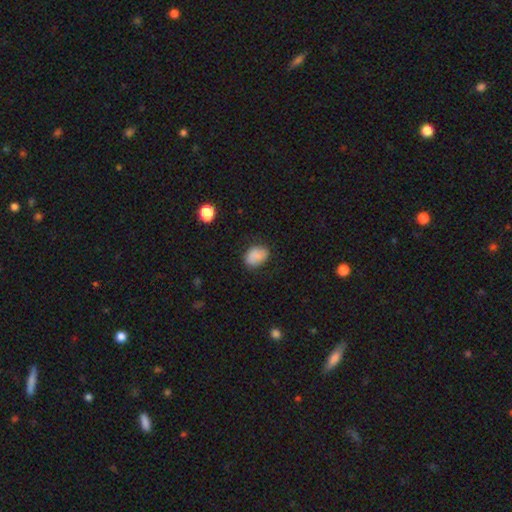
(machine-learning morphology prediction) Overall: smooth (83%). How rounded: in between (73%). Merging: none (75%).